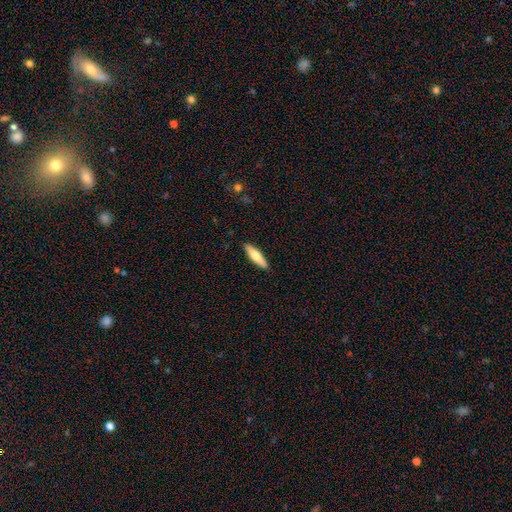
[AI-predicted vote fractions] This is possibly a smooth galaxy (54%). How rounded: likely cigar-shaped (72%). Merging: clearly none (90%).